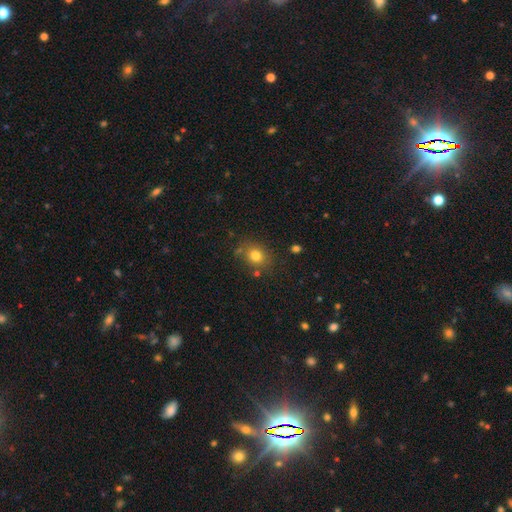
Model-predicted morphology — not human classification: Smooth or featured? smooth (78%)
How rounded? round (61%)
Merging? none (77%)